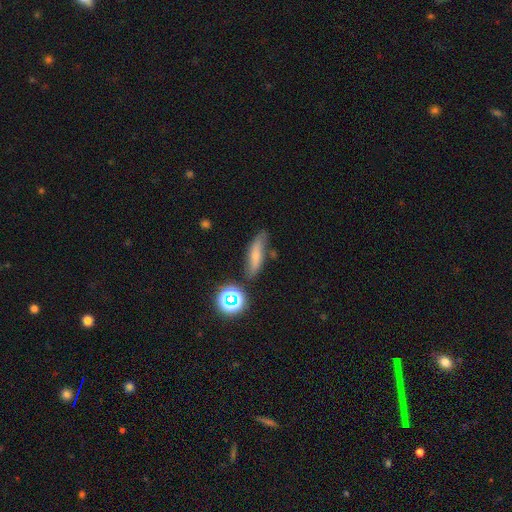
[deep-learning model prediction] A smooth galaxy with no disk features (57%) that is cigar-shaped (57%). Merging: none (64%).